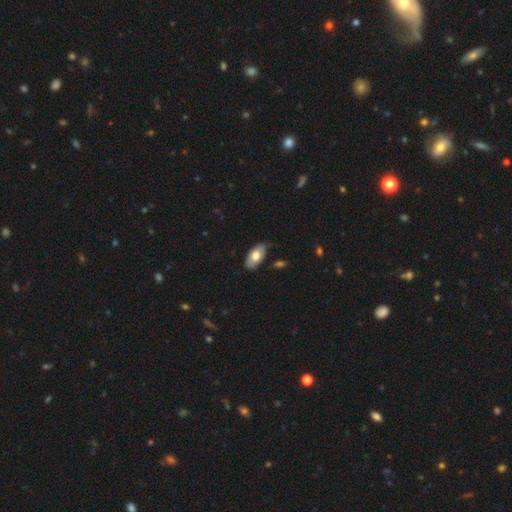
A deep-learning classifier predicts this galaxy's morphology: Smooth or featured? smooth (69%)
How rounded? in between (94%)
Merging? none (78%)